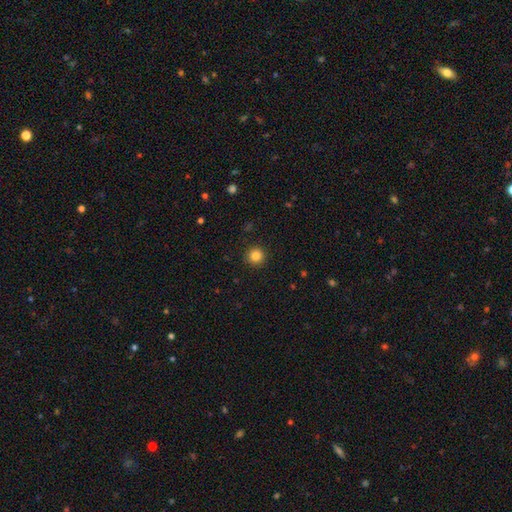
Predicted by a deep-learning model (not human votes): A smooth galaxy with no disk features (84%) that is round (95%). Merging: none (92%).